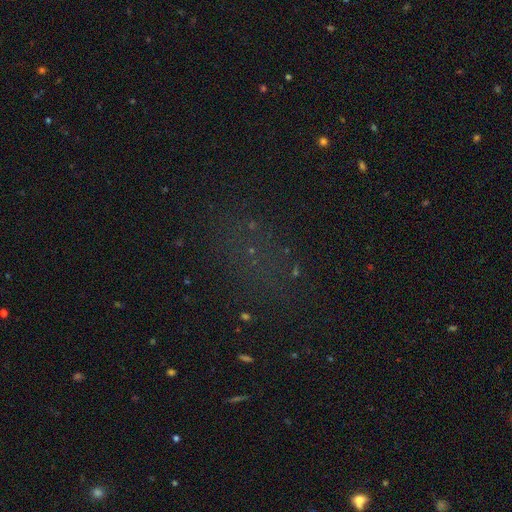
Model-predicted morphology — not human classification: This appears to be a star or artifact, not a galaxy (55%).